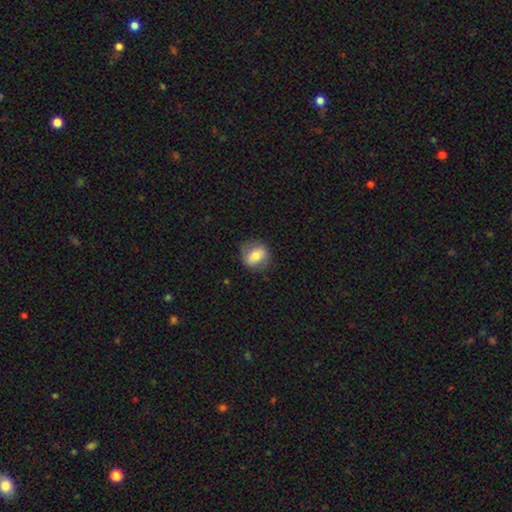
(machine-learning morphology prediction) A smooth galaxy with no disk features (69%) that is round (54%).

Vote fractions:
- Smooth or featured? smooth: 69% / featured or disk: 23% / star or artifact: 8%
- How rounded? round: 54% / in between: 44% / cigar-shaped: 2%
- Merging? none: 74% / minor disturbance: 19% / major disturbance: 6% / merger: 1%